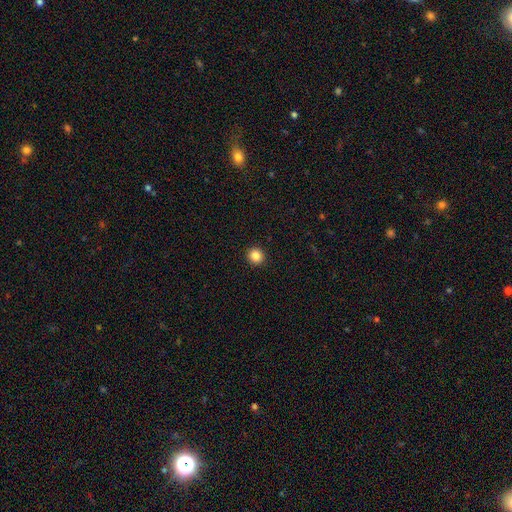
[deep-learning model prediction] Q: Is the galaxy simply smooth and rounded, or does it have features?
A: smooth — 85%.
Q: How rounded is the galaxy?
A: round — 94%.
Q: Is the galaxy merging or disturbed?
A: none — 94%.